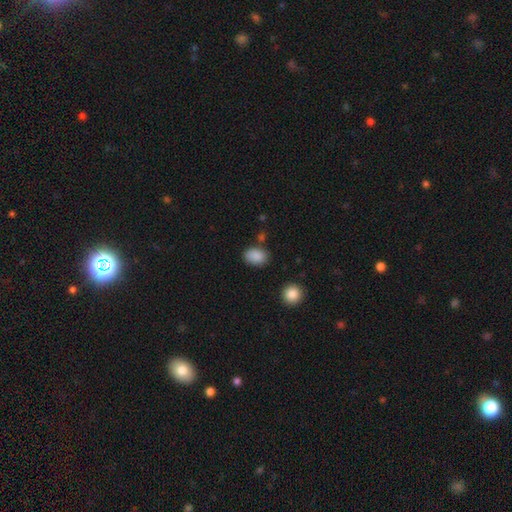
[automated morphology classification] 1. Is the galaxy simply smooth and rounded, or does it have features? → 88% smooth, 8% star or artifact, 4% featured or disk.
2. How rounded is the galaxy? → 80% in between, 19% round, 1% cigar-shaped.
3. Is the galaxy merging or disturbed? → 79% none, 14% minor disturbance, 4% merger, 3% major disturbance.